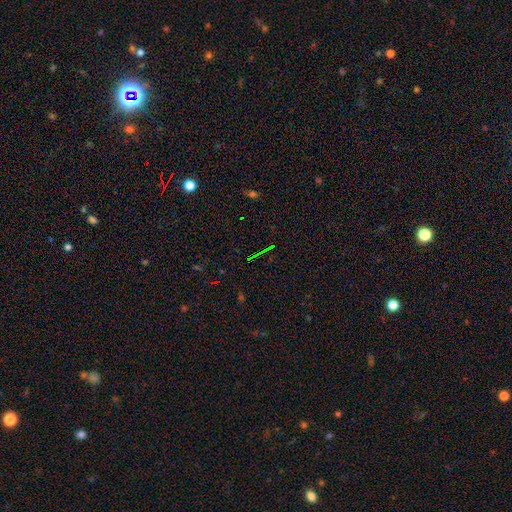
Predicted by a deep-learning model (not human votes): Morphology: type=star or artifact (73%).